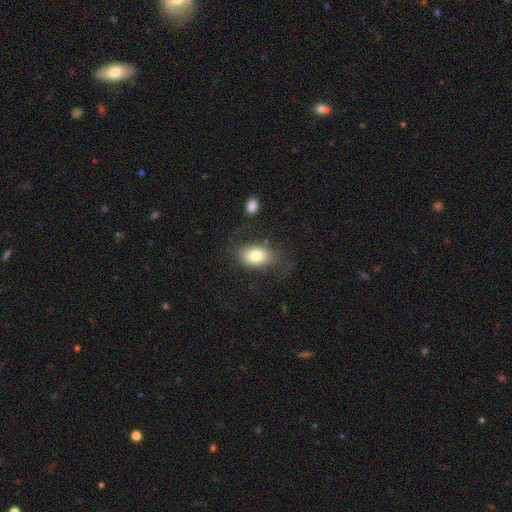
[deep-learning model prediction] The model was most divided on "merging": none: 64%, minor disturbance: 18%, major disturbance: 13%, merger: 4%. More confident: how rounded — in between (86%); smooth or featured — smooth (77%).